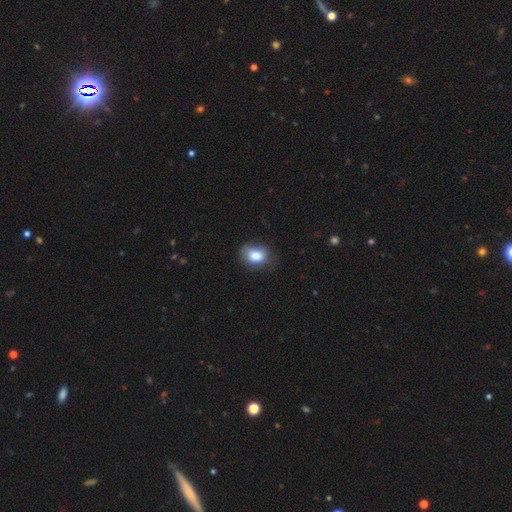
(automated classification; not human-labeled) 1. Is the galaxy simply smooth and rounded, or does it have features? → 80% smooth, 11% featured or disk, 9% star or artifact.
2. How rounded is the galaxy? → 56% in between, 43% round, 1% cigar-shaped.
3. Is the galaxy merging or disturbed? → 64% none, 27% minor disturbance, 8% major disturbance, 2% merger.